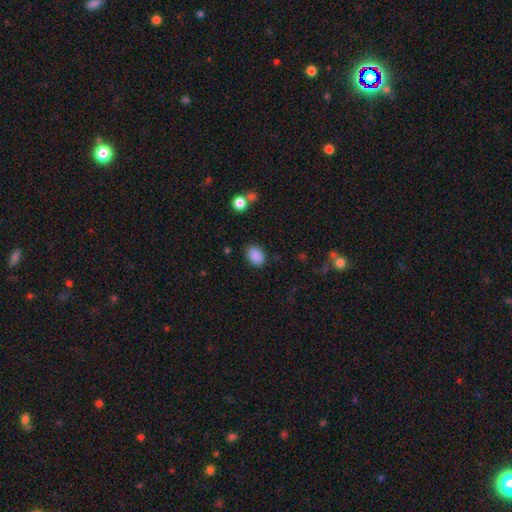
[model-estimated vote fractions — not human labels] A smooth galaxy with no disk features (88%) that is in between round and cigar-shaped (78%). Merging: none (81%).